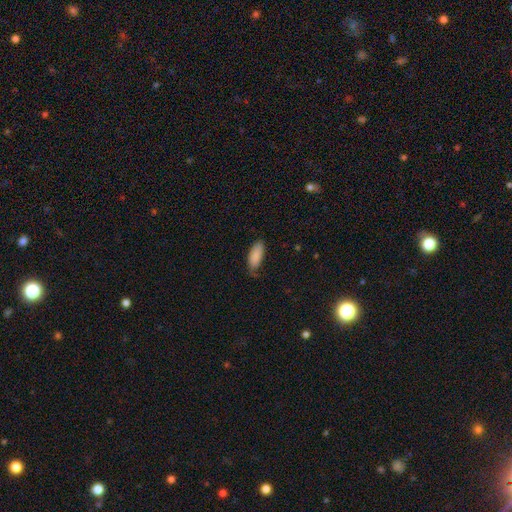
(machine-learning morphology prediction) Smooth or featured?
  - smooth: 88% *
  - star or artifact: 6%
  - featured or disk: 6%
How rounded?
  - in between: 82% *
  - cigar-shaped: 16%
  - round: 2%
Merging?
  - none: 64% *
  - minor disturbance: 29%
  - major disturbance: 5%
  - merger: 2%